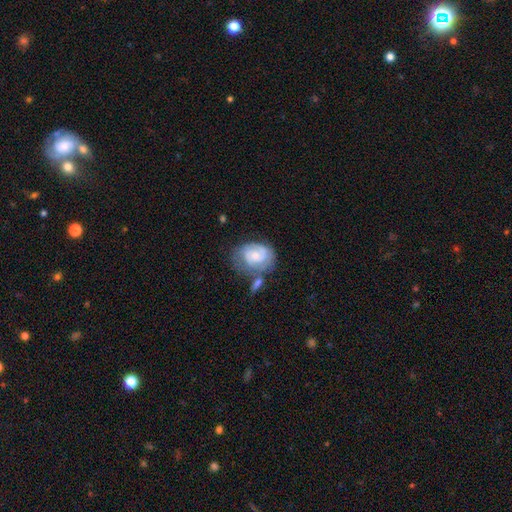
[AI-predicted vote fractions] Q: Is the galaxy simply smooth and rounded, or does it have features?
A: featured or disk — 59%.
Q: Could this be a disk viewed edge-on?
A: no — 97%.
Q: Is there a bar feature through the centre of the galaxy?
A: no — 69%.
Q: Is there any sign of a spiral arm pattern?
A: yes — 81%.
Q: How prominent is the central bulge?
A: small — 45%.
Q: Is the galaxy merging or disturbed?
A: none — 42%.